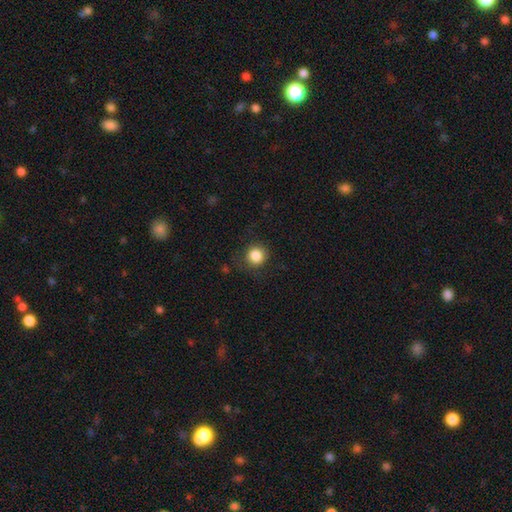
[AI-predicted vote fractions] Smooth or featured?
  - smooth: 85% *
  - star or artifact: 10%
  - featured or disk: 5%
How rounded?
  - round: 91% *
  - in between: 8%
  - cigar-shaped: 1%
Merging?
  - none: 83% *
  - minor disturbance: 11%
  - major disturbance: 4%
  - merger: 1%